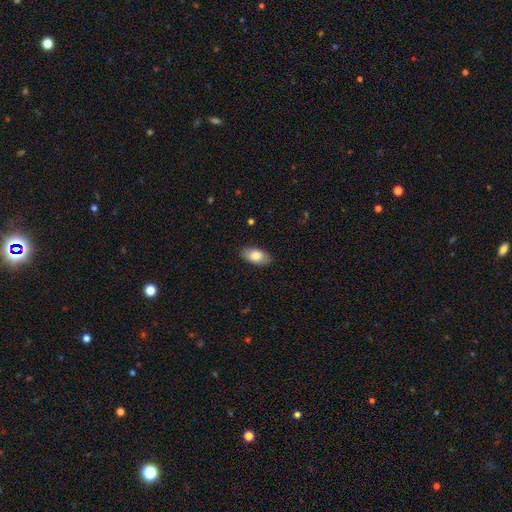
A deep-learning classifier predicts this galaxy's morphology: This appears to be a smooth galaxy with no disk features (82%) that is in between round and cigar-shaped (93%). Merging: none (87%).